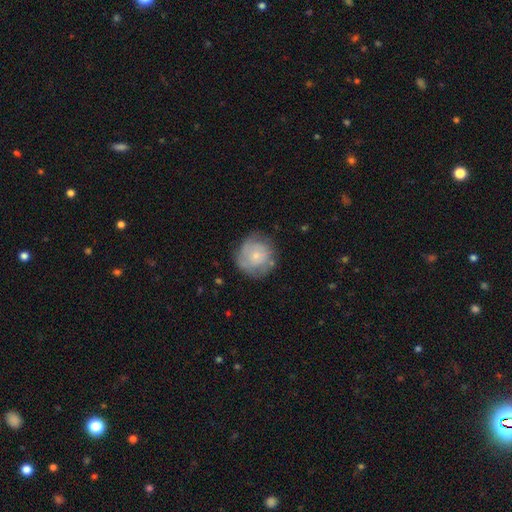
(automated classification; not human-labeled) Morphology: type=smooth (53%); roundness=round (90%); merging=none (67%).